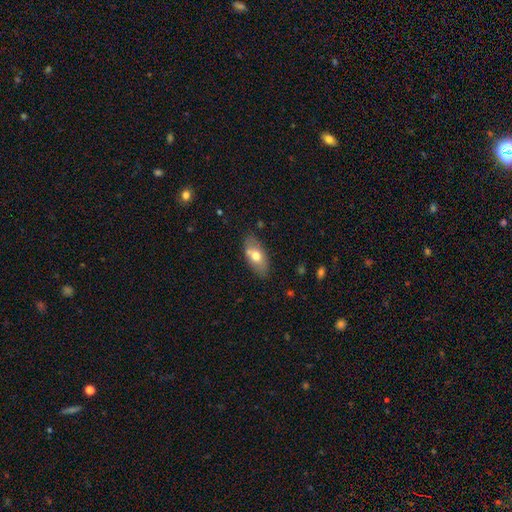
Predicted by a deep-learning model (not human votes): smooth_or_featured: smooth (p=0.66) [alt: featured or disk p=0.27]
how_rounded: in between (p=0.90) [alt: cigar-shaped p=0.05]
merging: none (p=0.76) [alt: minor disturbance p=0.16]